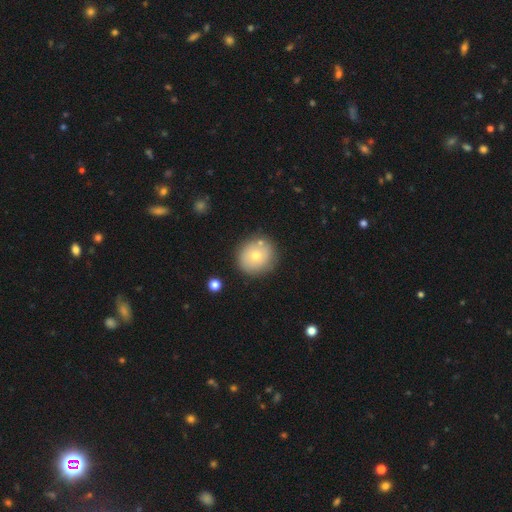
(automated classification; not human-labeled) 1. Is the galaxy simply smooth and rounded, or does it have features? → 71% smooth, 19% featured or disk, 10% star or artifact.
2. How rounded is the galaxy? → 90% round, 10% in between, 1% cigar-shaped.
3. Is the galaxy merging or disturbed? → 81% none, 11% minor disturbance, 5% merger, 3% major disturbance.